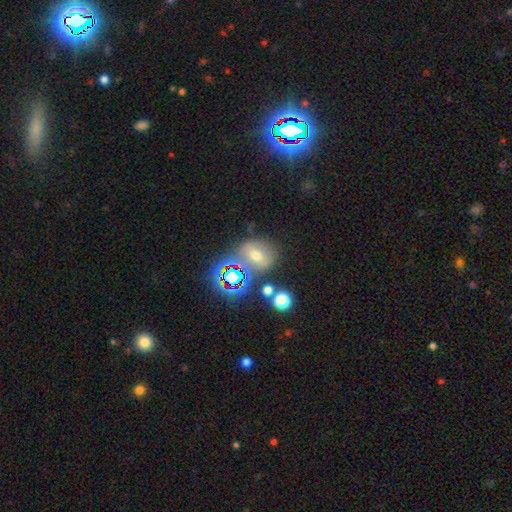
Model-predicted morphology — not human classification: Smooth or featured? Predicted: smooth (p=0.42). Merging? Predicted: none (p=0.61).